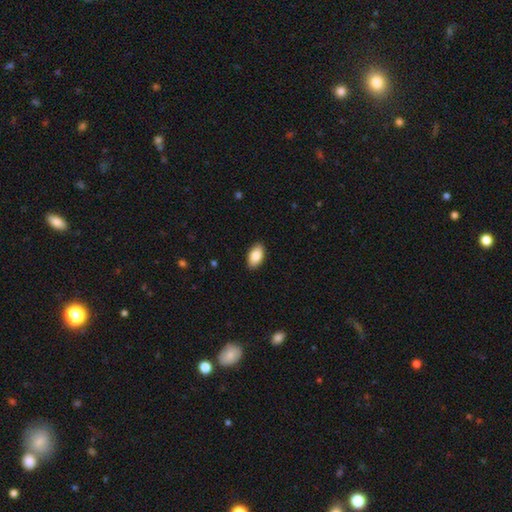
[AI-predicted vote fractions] smooth-or-featured: smooth: 87% | featured or disk: 7% | star or artifact: 6%
  how-rounded: in between: 94% | round: 4% | cigar-shaped: 2%
  merging: none: 90% | minor disturbance: 8% | major disturbance: 2% | merger: 1%